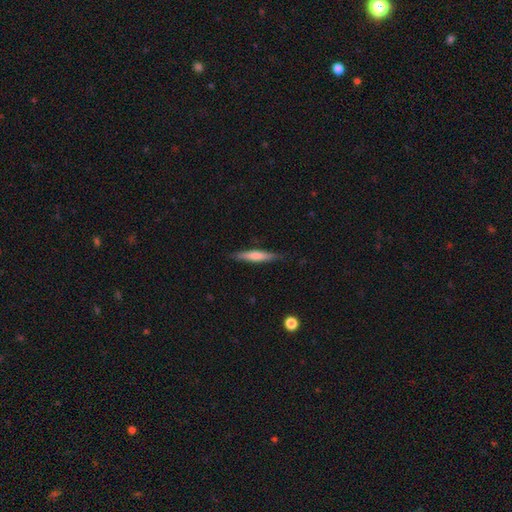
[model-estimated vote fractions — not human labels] Smooth or featured? smooth (58%)
How rounded? cigar-shaped (90%)
Merging? none (85%)